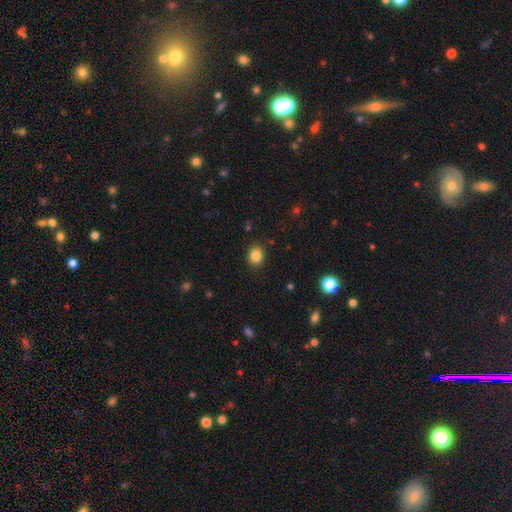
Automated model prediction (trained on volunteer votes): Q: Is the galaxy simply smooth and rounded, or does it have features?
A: smooth — 85%.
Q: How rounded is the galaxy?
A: round — 71%.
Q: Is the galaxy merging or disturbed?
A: none — 89%.